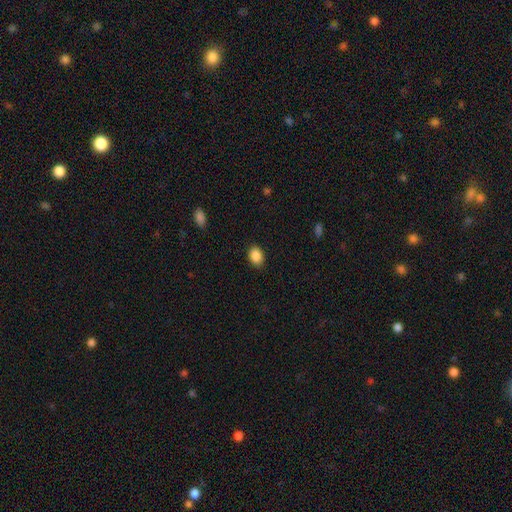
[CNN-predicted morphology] Smooth or featured? smooth (88%)
How rounded? in between (69%)
Merging? none (88%)